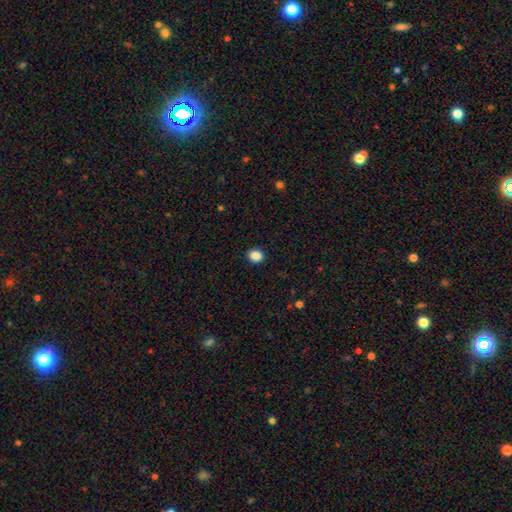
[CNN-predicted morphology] Smooth or featured? smooth (88%)
How rounded? round (56%)
Merging? none (91%)